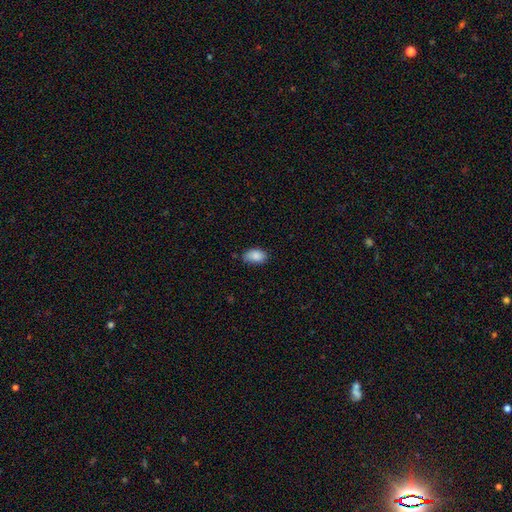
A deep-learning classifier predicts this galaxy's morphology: Smooth or featured: smooth — 88% (star or artifact — 7%)
How rounded: in between — 91% (round — 7%)
Merging: none — 72% (minor disturbance — 23%)